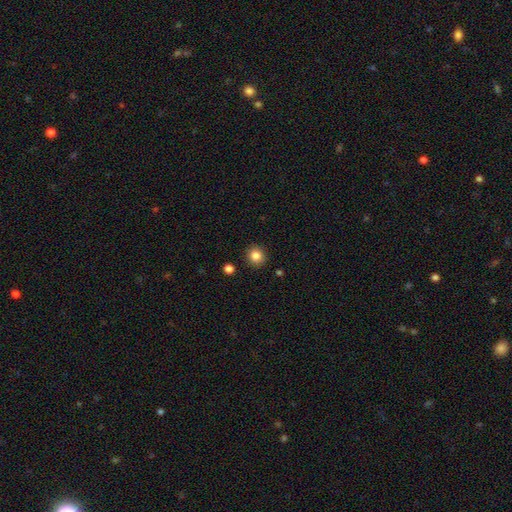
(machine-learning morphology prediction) Smooth or featured: smooth — 84% (star or artifact — 11%)
How rounded: round — 90% (in between — 10%)
Merging: none — 90% (minor disturbance — 6%)